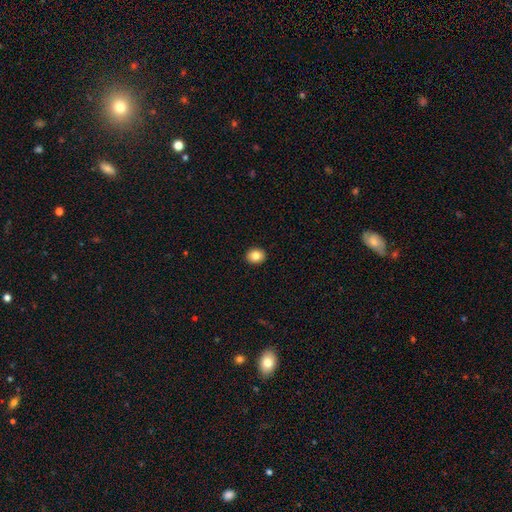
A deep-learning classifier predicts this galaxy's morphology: A smooth galaxy with no disk features (84%) that is round (67%).

Vote fractions:
- Smooth or featured? smooth: 84% / star or artifact: 9% / featured or disk: 7%
- How rounded? round: 67% / in between: 33% / cigar-shaped: 1%
- Merging? none: 92% / minor disturbance: 5% / major disturbance: 2% / merger: 1%